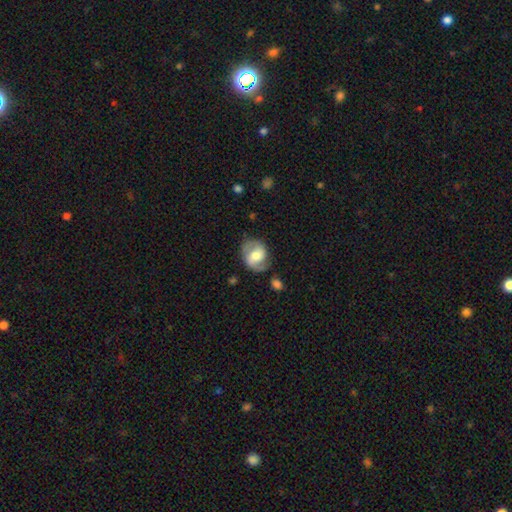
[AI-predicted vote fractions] Morphology: type=featured or disk (61%); edge-on=no (97%); bar=weak (43%); spiral arms=yes (83%); bulge=moderate (45%); merging=none (66%).